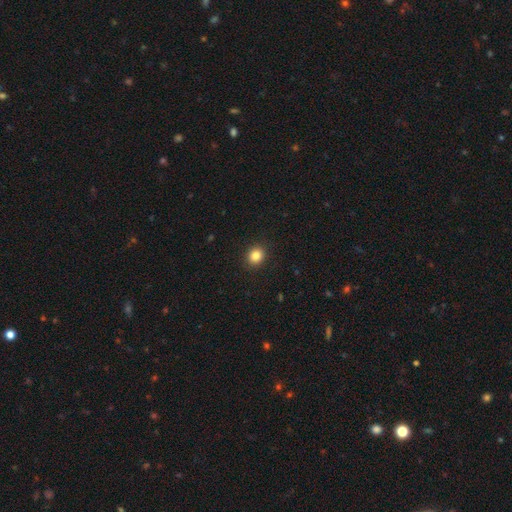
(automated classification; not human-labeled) Smooth or featured: smooth — 85% (star or artifact — 11%)
How rounded: round — 77% (in between — 22%)
Merging: none — 91% (minor disturbance — 6%)